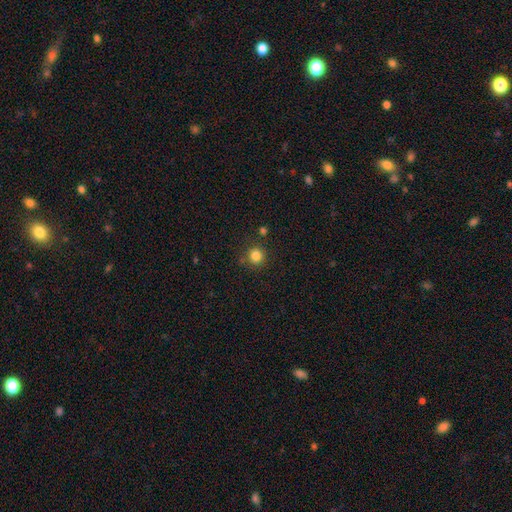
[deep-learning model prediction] Q: Smooth or featured?
A: smooth (83%); runner-up: star or artifact (12%)
Q: How rounded?
A: round (93%); runner-up: in between (6%)
Q: Merging?
A: none (83%); runner-up: minor disturbance (9%)